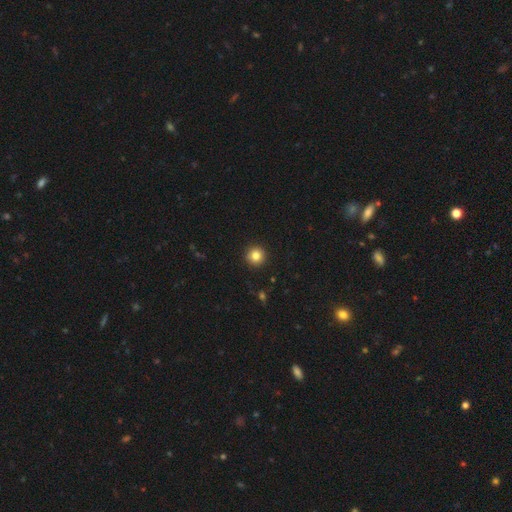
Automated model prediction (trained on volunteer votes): smooth-or-featured: smooth: 83% | star or artifact: 11% | featured or disk: 6%
  how-rounded: round: 96% | in between: 3% | cigar-shaped: 1%
  merging: none: 93% | minor disturbance: 5% | major disturbance: 2% | merger: 1%